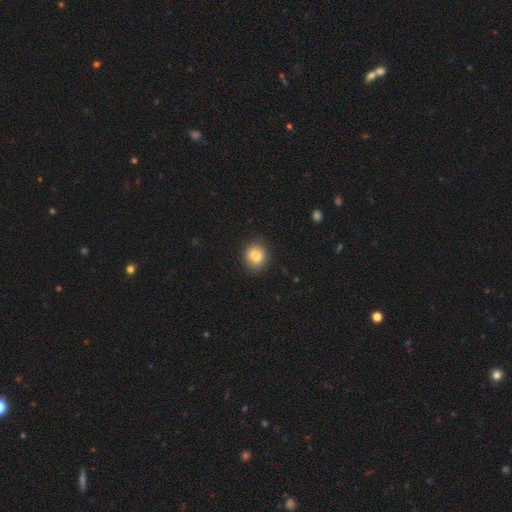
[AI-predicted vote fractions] Smooth or featured?
  - smooth: 85% *
  - star or artifact: 9%
  - featured or disk: 6%
How rounded?
  - round: 68% *
  - in between: 31%
  - cigar-shaped: 1%
Merging?
  - none: 85% *
  - minor disturbance: 11%
  - major disturbance: 3%
  - merger: 1%